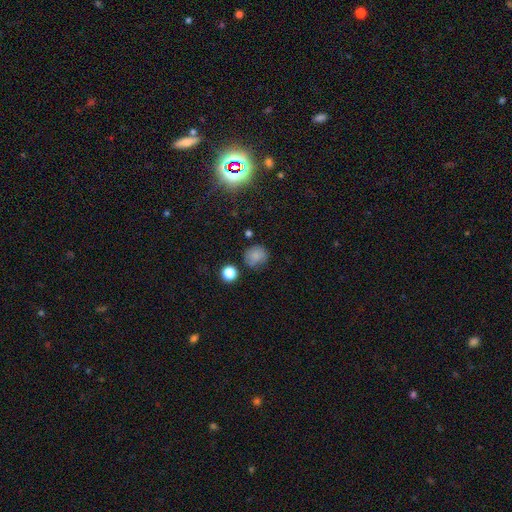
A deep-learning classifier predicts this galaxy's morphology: Smooth or featured? smooth (77%)
How rounded? round (86%)
Merging? none (71%)